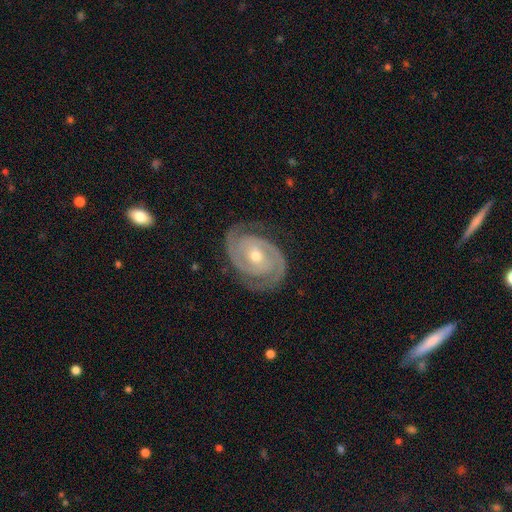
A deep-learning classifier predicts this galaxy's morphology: The model was most divided on "bulge size": moderate: 59%, small: 37%, large: 2%, none: 1%, dominant: 1%. More confident: spiral arms — yes (98%); edge-on disk — no (98%); smooth or featured — featured or disk (93%); spiral arm count — 2 (92%); merging — none (83%); spiral winding — tight (71%); bar — no (60%).